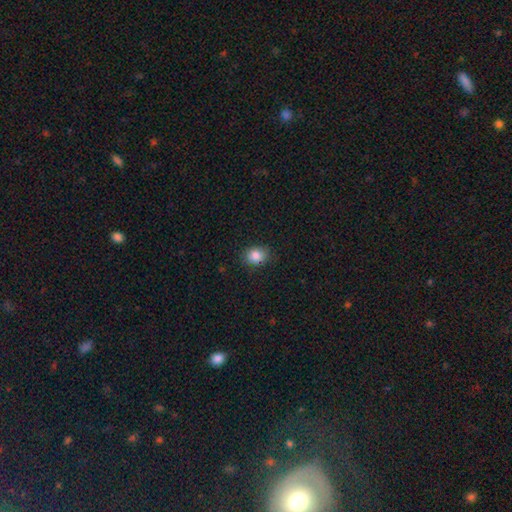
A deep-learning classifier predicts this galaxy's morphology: The model was most divided on "how rounded": round: 65%, in between: 34%, cigar-shaped: 1%. More confident: smooth or featured — smooth (85%); merging — none (84%).